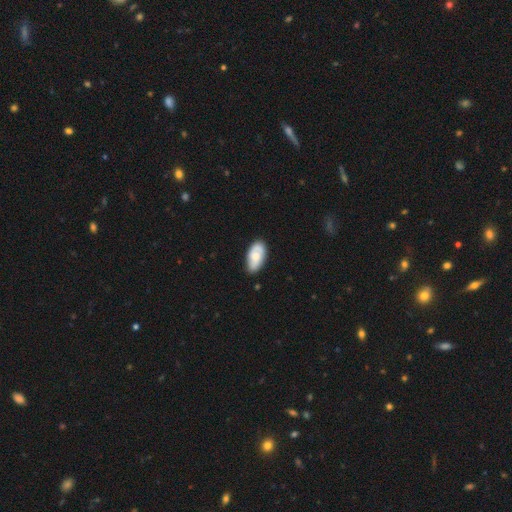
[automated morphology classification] This appears to be a smooth galaxy with no disk features (63%) that is in between round and cigar-shaped (94%). Merging: none (77%).